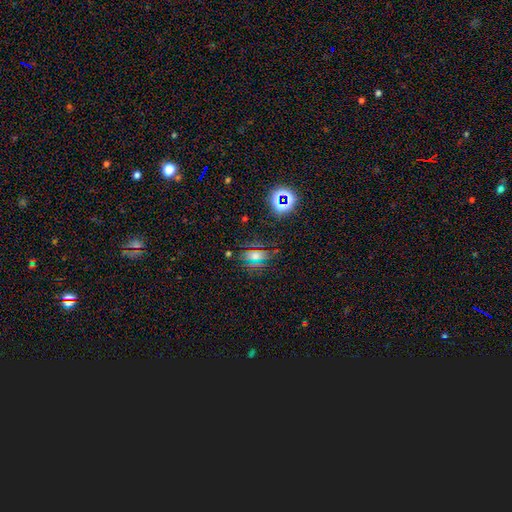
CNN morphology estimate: star or artifact 48%, smooth 38%, featured or disk 13%.